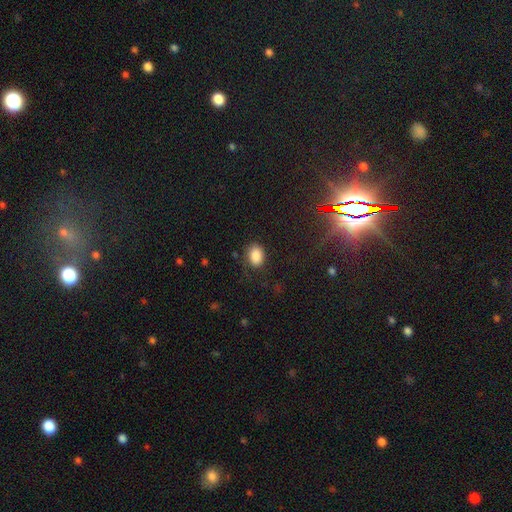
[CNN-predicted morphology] smooth_or_featured: smooth (p=0.86) [alt: star or artifact p=0.09]
how_rounded: in between (p=0.81) [alt: round p=0.18]
merging: none (p=0.73) [alt: minor disturbance p=0.18]